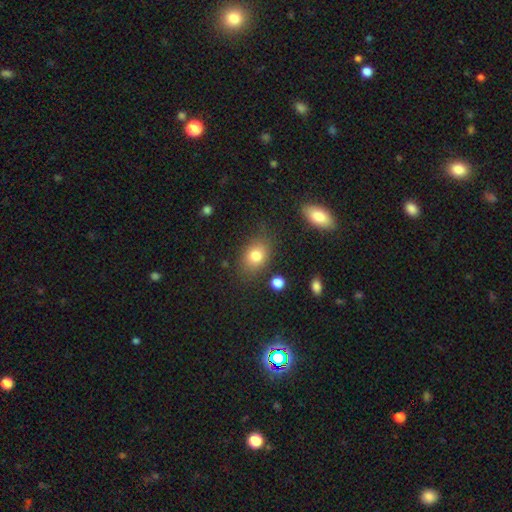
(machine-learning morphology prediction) Smooth or featured?
  - smooth: 79% *
  - star or artifact: 11%
  - featured or disk: 10%
How rounded?
  - in between: 66% *
  - round: 33%
  - cigar-shaped: 1%
Merging?
  - none: 77% *
  - minor disturbance: 15%
  - major disturbance: 5%
  - merger: 4%